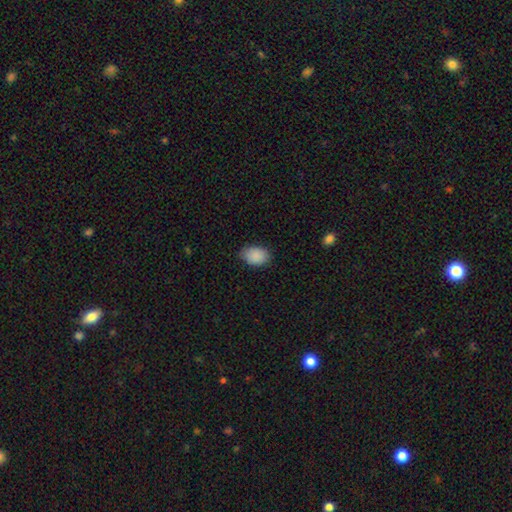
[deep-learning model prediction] smooth_or_featured: smooth (p=0.90) [alt: star or artifact p=0.07]
how_rounded: in between (p=0.83) [alt: round p=0.16]
merging: none (p=0.80) [alt: minor disturbance p=0.16]